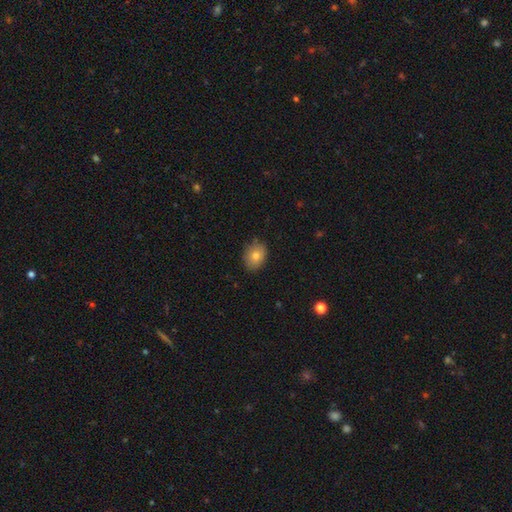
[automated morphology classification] Overall: smooth (80%). How rounded: in between (58%; round 41%). Merging: none (83%).